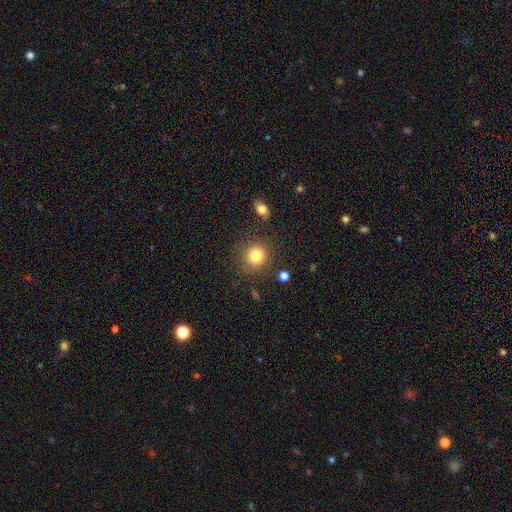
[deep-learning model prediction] A smooth galaxy with no disk features (81%) that is round (89%). Merging: none (85%).